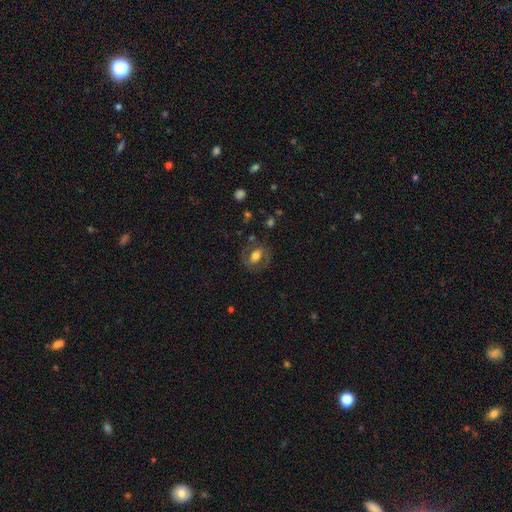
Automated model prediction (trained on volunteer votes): A smooth galaxy with no disk features (47%).

Vote fractions:
- Smooth or featured? smooth: 47% / featured or disk: 45% / star or artifact: 9%
- Merging? none: 70% / minor disturbance: 16% / major disturbance: 12% / merger: 2%